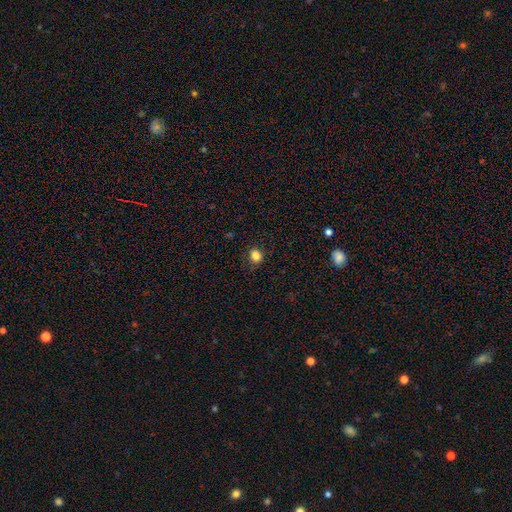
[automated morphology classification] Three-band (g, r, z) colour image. It shows a smooth galaxy with no disk features (84%) that is round (72%). Merging: none (86%).